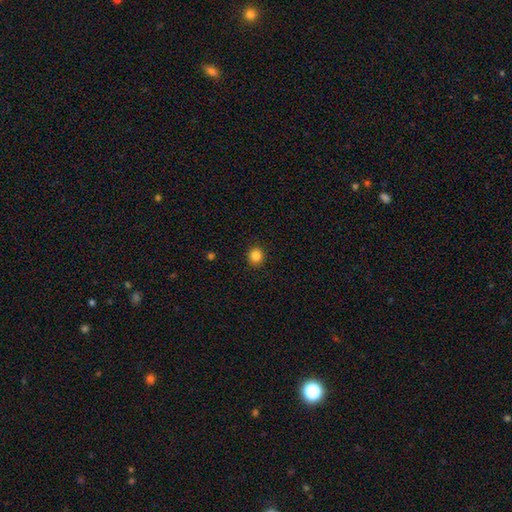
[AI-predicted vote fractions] Smooth or featured?
  - smooth: 85% *
  - star or artifact: 11%
  - featured or disk: 4%
How rounded?
  - round: 89% *
  - in between: 10%
  - cigar-shaped: 1%
Merging?
  - none: 92% *
  - minor disturbance: 5%
  - major disturbance: 2%
  - merger: 1%